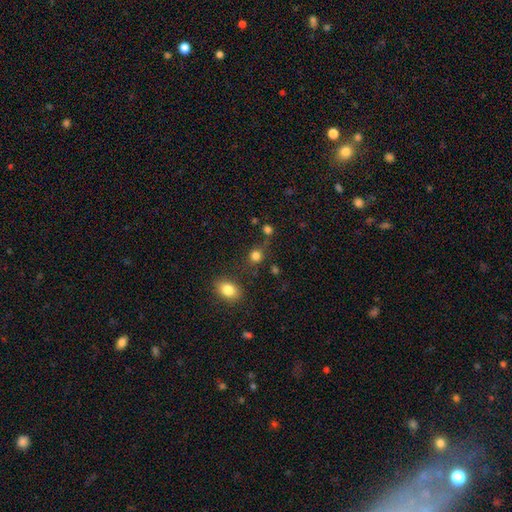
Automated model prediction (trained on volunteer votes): Smooth or featured? smooth (81%)
How rounded? round (79%)
Merging? none (72%)